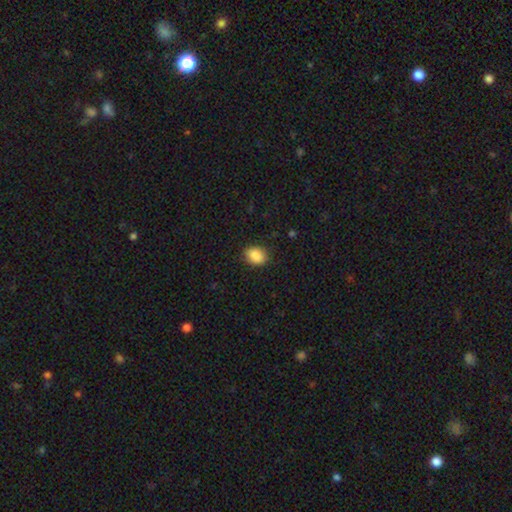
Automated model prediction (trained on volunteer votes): Smooth or featured? Predicted: smooth (p=0.88). How rounded? Predicted: in between (p=0.73). Merging? Predicted: none (p=0.84).